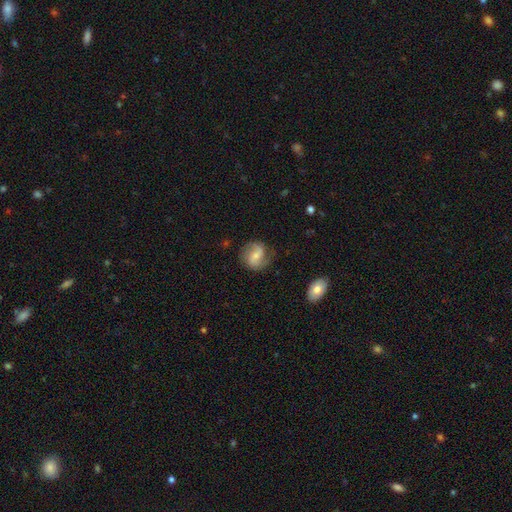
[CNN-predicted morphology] Smooth or featured: featured or disk — 62% (smooth — 31%)
Edge-on disk: no — 97% (yes — 3%)
Bar: weak — 43% (no — 39%)
Spiral arms: yes — 90% (no — 10%)
Spiral winding: medium — 44% (loose — 36%)
Spiral arm count: 2 — 86% (can't tell — 7%)
Bulge size: small — 50% (moderate — 41%)
Merging: none — 73% (minor disturbance — 18%)